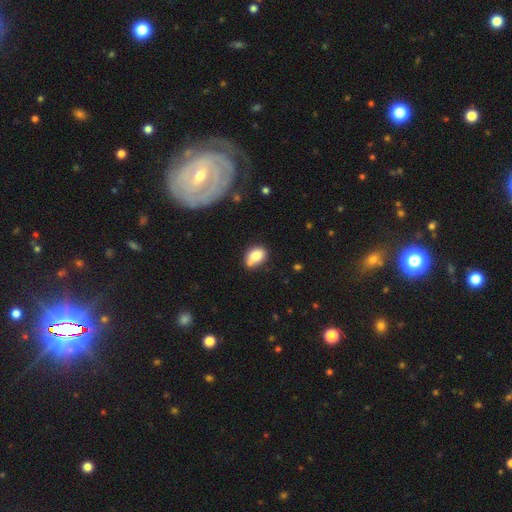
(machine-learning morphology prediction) Smooth or featured? Predicted: smooth (p=0.79). How rounded? Predicted: in between (p=0.75). Merging? Predicted: none (p=0.52).